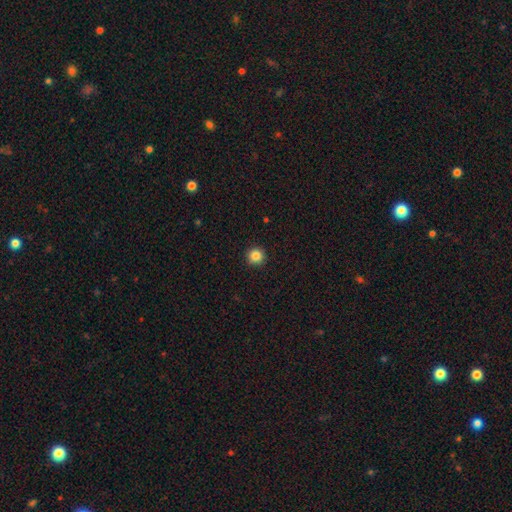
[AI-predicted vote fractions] smooth-or-featured: smooth: 85% | star or artifact: 11% | featured or disk: 4%
  how-rounded: round: 96% | in between: 3% | cigar-shaped: 1%
  merging: none: 93% | minor disturbance: 5% | major disturbance: 1% | merger: 1%